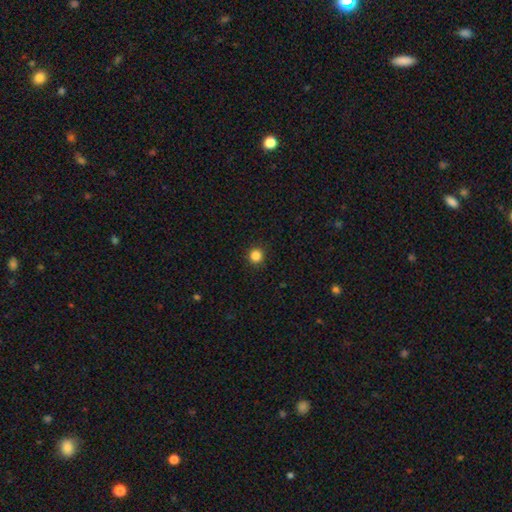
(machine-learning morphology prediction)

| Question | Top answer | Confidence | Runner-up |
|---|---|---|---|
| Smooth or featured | smooth | 85% | star or artifact (12%) |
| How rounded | round | 94% | in between (5%) |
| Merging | none | 92% | minor disturbance (6%) |